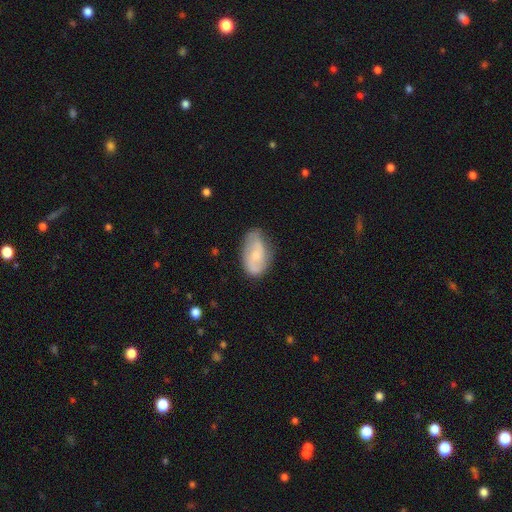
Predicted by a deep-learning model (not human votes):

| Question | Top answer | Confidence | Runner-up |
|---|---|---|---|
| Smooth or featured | smooth | 47% | featured or disk (46%) |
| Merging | none | 63% | minor disturbance (27%) |